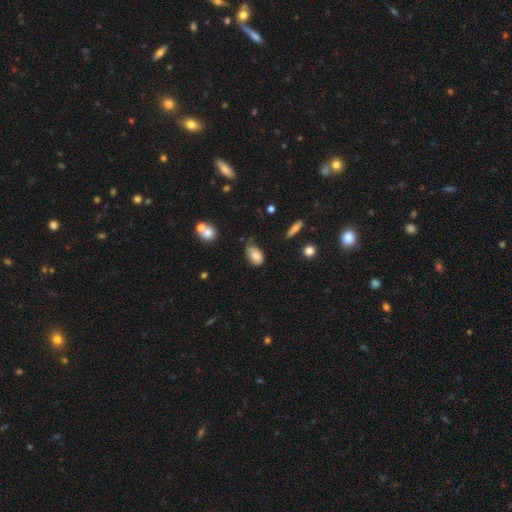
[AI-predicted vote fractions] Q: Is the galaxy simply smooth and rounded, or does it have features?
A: smooth — 81%.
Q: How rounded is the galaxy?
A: in between — 87%.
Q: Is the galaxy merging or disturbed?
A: none — 42%.